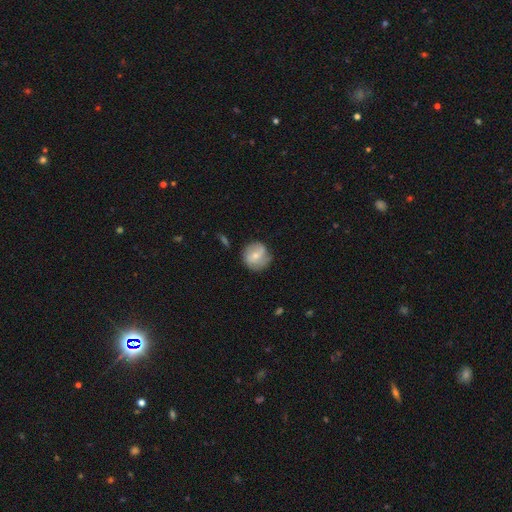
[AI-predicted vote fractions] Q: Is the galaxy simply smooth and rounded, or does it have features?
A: featured or disk — 50%.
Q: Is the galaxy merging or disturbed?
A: none — 68%.